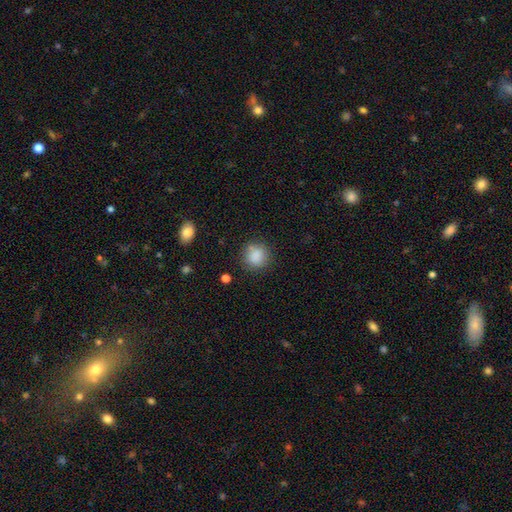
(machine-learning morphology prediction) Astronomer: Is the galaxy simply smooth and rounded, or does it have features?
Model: smooth — 85%.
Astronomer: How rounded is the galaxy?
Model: round — 83%.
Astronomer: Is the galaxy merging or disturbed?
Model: none — 79%.